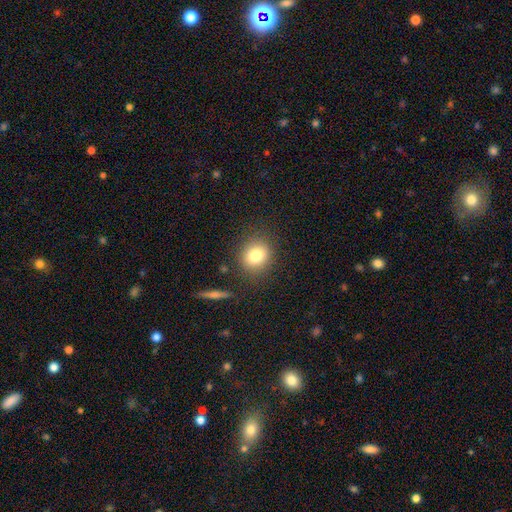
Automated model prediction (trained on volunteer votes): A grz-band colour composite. It shows a smooth galaxy with no disk features (80%) that is round (76%). Merging: none (84%).